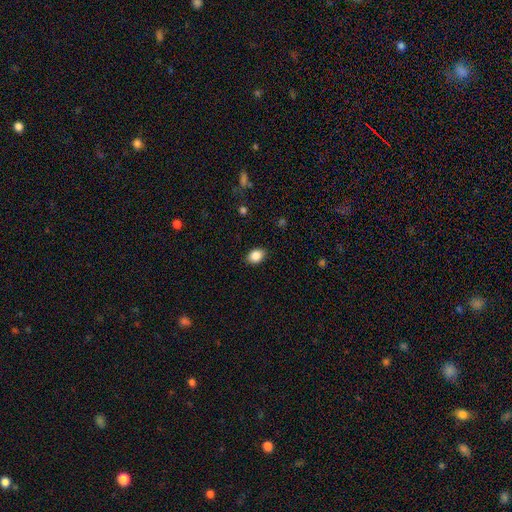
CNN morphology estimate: type=smooth (87%); roundness=in between (73%); merging=none (88%).